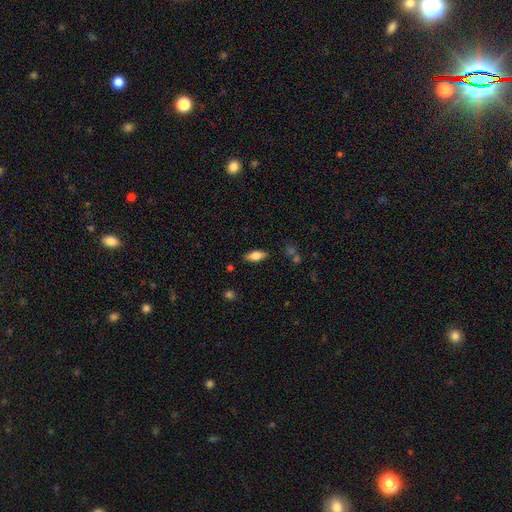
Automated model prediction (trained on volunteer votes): Smooth or featured? smooth (72%)
How rounded? in between (81%)
Merging? none (84%)